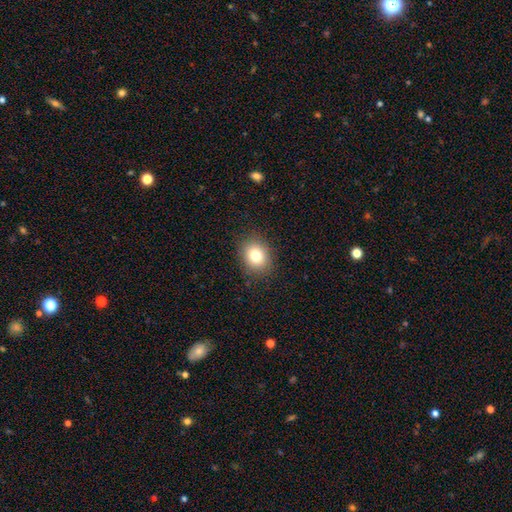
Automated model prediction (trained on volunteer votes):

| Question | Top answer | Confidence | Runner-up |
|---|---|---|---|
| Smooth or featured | smooth | 80% | star or artifact (11%) |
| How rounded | round | 56% | in between (43%) |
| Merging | none | 87% | minor disturbance (9%) |